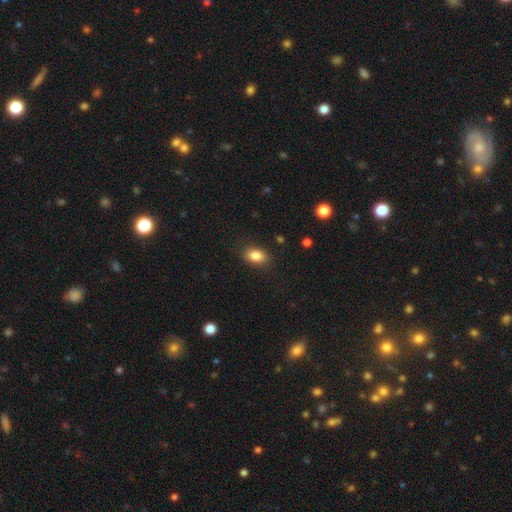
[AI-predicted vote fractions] A smooth galaxy with no disk features (85%) that is in between round and cigar-shaped (86%).

Vote fractions:
- Smooth or featured? smooth: 85% / star or artifact: 9% / featured or disk: 6%
- How rounded? in between: 86% / round: 12% / cigar-shaped: 2%
- Merging? none: 86% / minor disturbance: 10% / major disturbance: 3% / merger: 1%